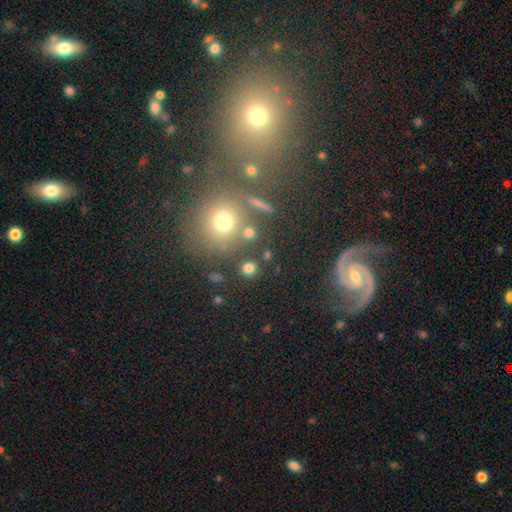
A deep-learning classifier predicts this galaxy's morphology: Overall: featured or disk (48%; smooth 29%). Merging: none (76%).